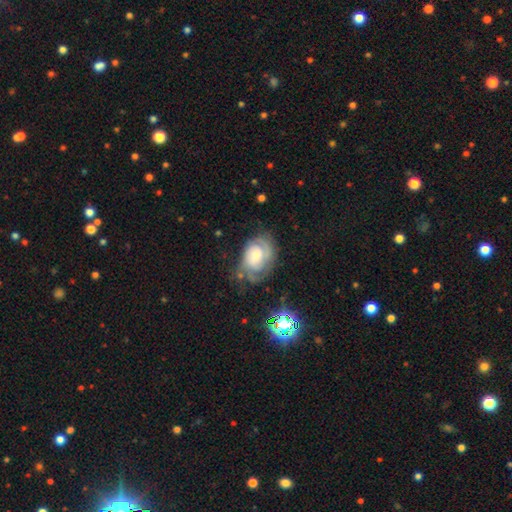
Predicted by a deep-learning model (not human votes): The model was most divided on "bulge size": moderate: 42%, small: 40%, large: 12%, none: 4%, dominant: 2%. Remaining: edge-on disk — no (97%); spiral arms — yes (90%); smooth or featured — featured or disk (72%); bar — no (69%); spiral winding — tight (55%); merging — none (53%); spiral arm count — 2 (41%).